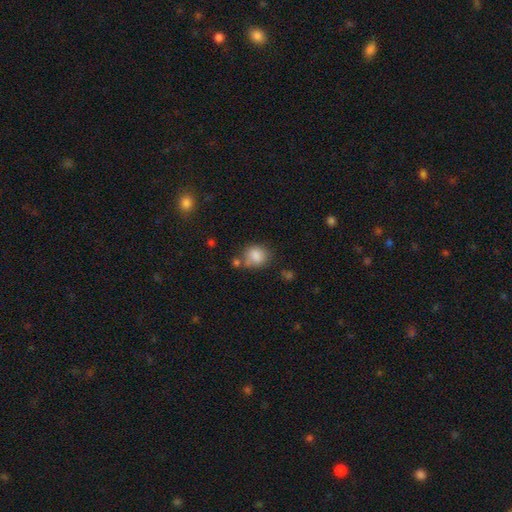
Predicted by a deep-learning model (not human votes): This appears to be a smooth galaxy with no disk features (84%) that is round (68%). Merging: none (59%).